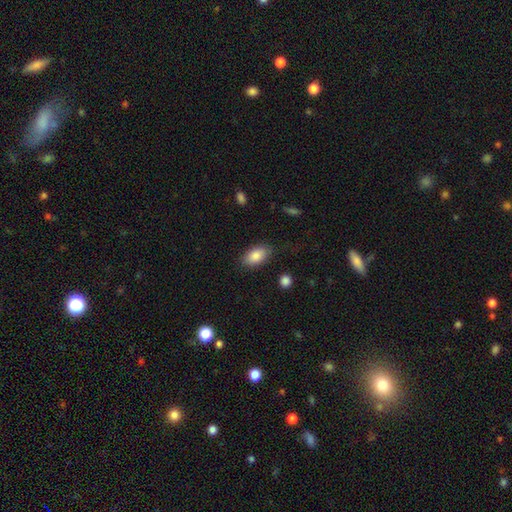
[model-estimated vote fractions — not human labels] This is clearly a smooth galaxy (85%). How rounded: clearly in between (92%). Merging: clearly none (82%).